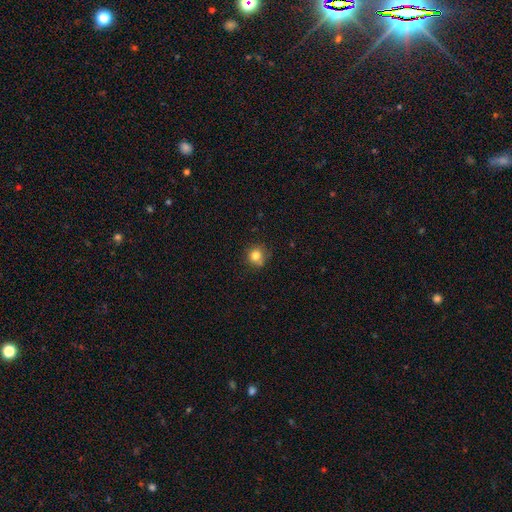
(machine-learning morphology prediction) A smooth galaxy with no disk features (80%) that is round (89%).

Vote fractions:
- Smooth or featured? smooth: 80% / star or artifact: 12% / featured or disk: 8%
- How rounded? round: 89% / in between: 10% / cigar-shaped: 1%
- Merging? none: 73% / minor disturbance: 16% / merger: 8% / major disturbance: 4%